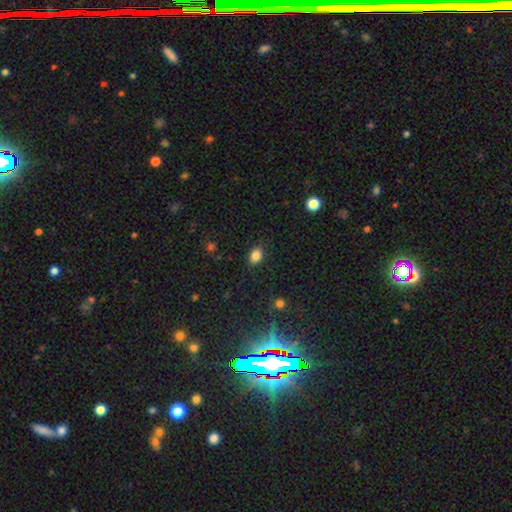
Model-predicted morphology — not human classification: A smooth galaxy with no disk features (85%) that is in between round and cigar-shaped (75%). Merging: none (86%).